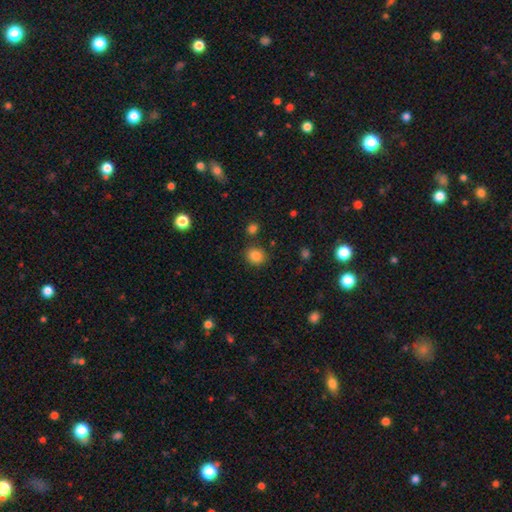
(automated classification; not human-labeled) Smooth or featured?
  - smooth: 84% *
  - star or artifact: 11%
  - featured or disk: 4%
How rounded?
  - round: 71% *
  - in between: 28%
  - cigar-shaped: 1%
Merging?
  - none: 82% *
  - minor disturbance: 10%
  - merger: 5%
  - major disturbance: 3%